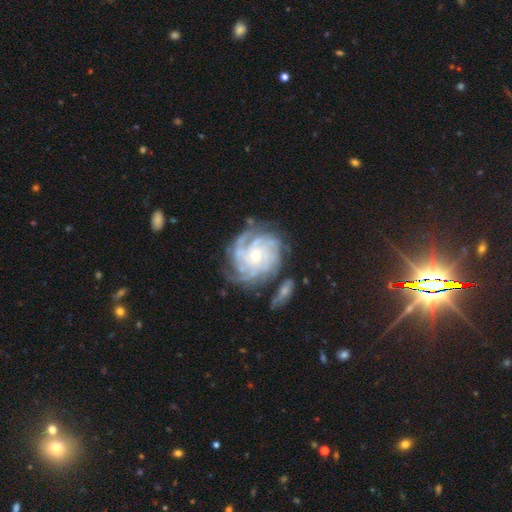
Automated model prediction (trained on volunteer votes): Smooth or featured?
  - featured or disk: 89% *
  - smooth: 5%
  - star or artifact: 5%
Edge-on disk?
  - no: 97% *
  - yes: 3%
Bar?
  - no: 76% *
  - weak: 19%
  - strong: 5%
Spiral arms?
  - yes: 98% *
  - no: 2%
Spiral winding?
  - tight: 76% *
  - medium: 20%
  - loose: 4%
Spiral arm count?
  - 4: 33% *
  - more than 4: 21%
  - can't tell: 19%
  - 3: 13%
  - 2: 7%
  - 1: 6%
Bulge size?
  - small: 65% *
  - moderate: 31%
  - large: 2%
  - none: 1%
  - dominant: 1%
Merging?
  - none: 70% *
  - minor disturbance: 17%
  - major disturbance: 7%
  - merger: 6%